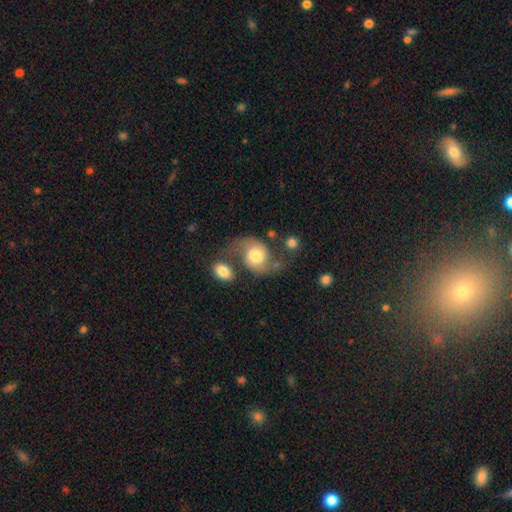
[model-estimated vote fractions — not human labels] Smooth or featured?
  - featured or disk: 61% *
  - smooth: 31%
  - star or artifact: 8%
Edge-on disk?
  - no: 97% *
  - yes: 3%
Bar?
  - no: 68% *
  - weak: 26%
  - strong: 6%
Spiral arms?
  - yes: 87% *
  - no: 13%
Spiral winding?
  - loose: 58% *
  - medium: 34%
  - tight: 8%
Spiral arm count?
  - 2: 92% *
  - can't tell: 3%
  - 1: 3%
  - 3: 1%
  - more than 4: 1%
  - 4: 1%
Bulge size?
  - moderate: 60% *
  - large: 26%
  - small: 9%
  - dominant: 4%
  - none: 2%
Merging?
  - none: 51% *
  - minor disturbance: 20%
  - merger: 17%
  - major disturbance: 13%